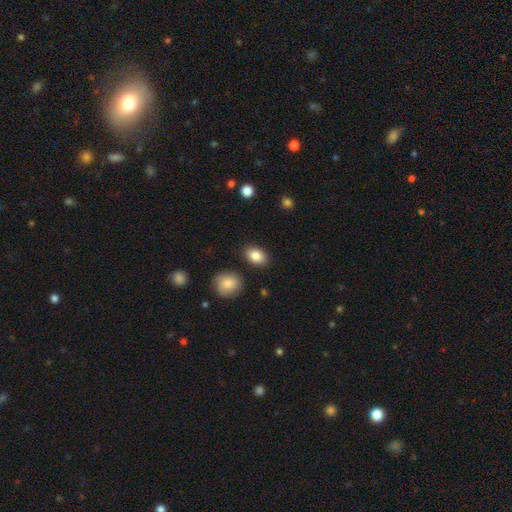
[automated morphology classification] This is clearly a smooth galaxy (85%). How rounded: clearly in between (82%). Merging: clearly none (86%).